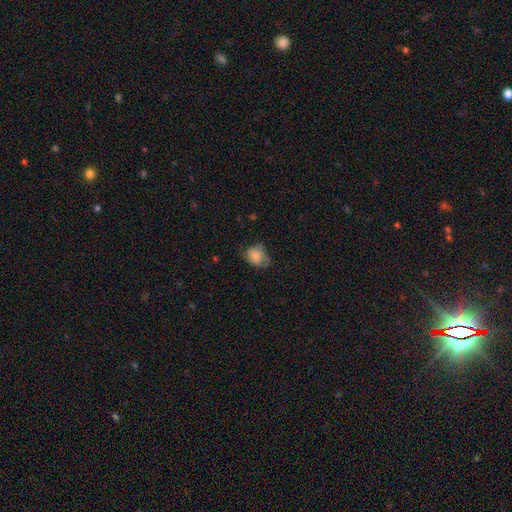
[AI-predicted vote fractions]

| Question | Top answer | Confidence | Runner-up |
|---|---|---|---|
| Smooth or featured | smooth | 68% | featured or disk (22%) |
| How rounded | in between | 65% | round (34%) |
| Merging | none | 39% | minor disturbance (35%) |